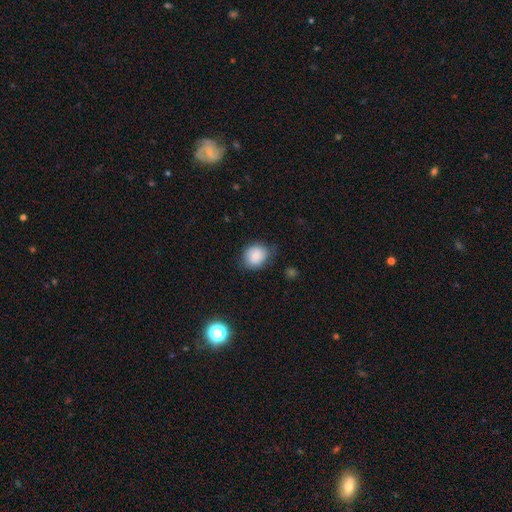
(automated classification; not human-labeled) Morphology: type=smooth (80%); roundness=round (64%); merging=none (67%).